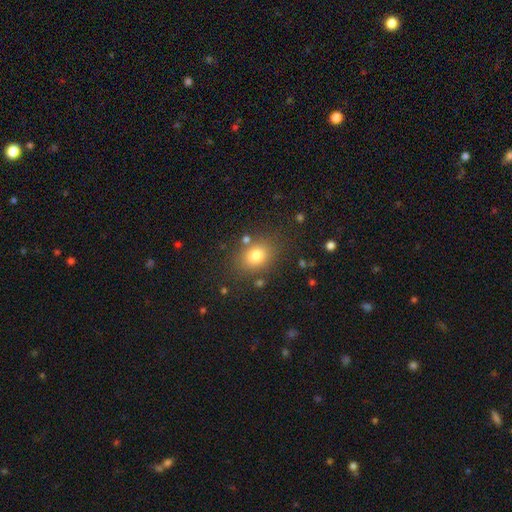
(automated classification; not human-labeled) Morphology: type=smooth (79%); roundness=in between (57%); merging=none (78%).